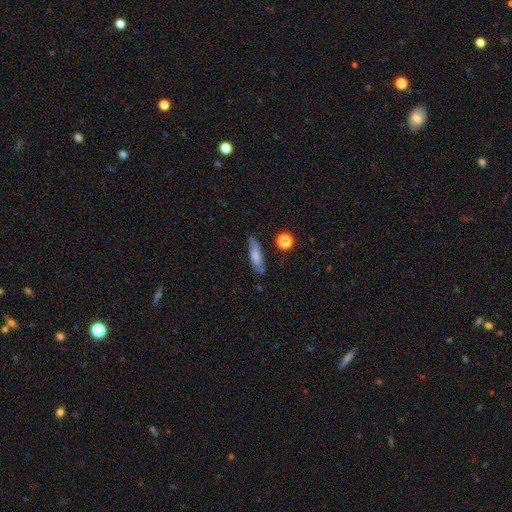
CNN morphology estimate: type=smooth (74%); roundness=cigar-shaped (58%); merging=none (70%).